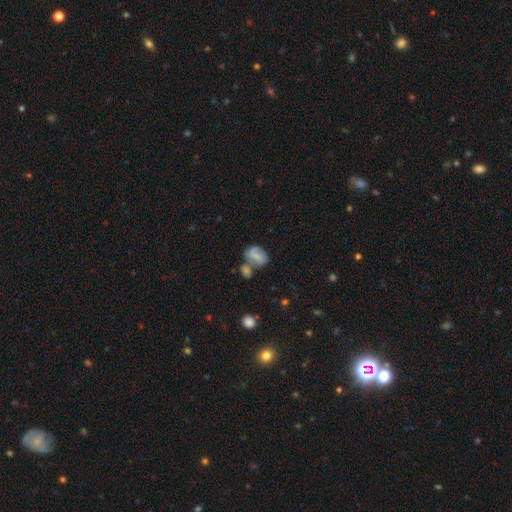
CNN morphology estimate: This appears to be a smooth galaxy with no disk features (69%) that is in between round and cigar-shaped (78%). Merging: merger (39%).